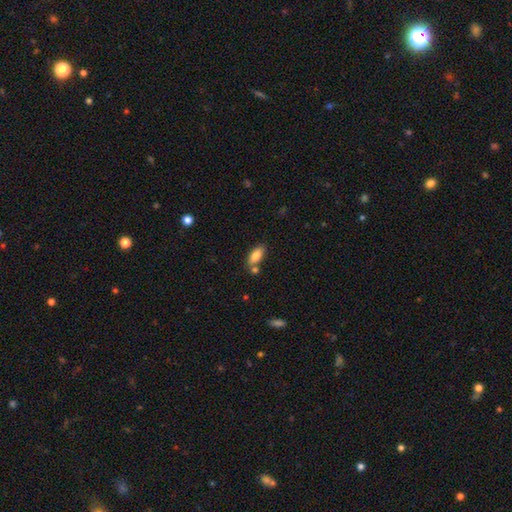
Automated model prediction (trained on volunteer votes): Smooth or featured? smooth (83%)
How rounded? in between (85%)
Merging? none (66%)